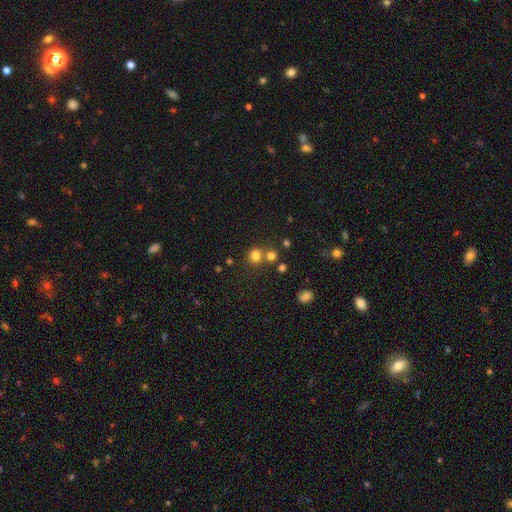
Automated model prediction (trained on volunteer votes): This appears to be a smooth galaxy with no disk features (76%) that is round (78%). Merging: none (54%).